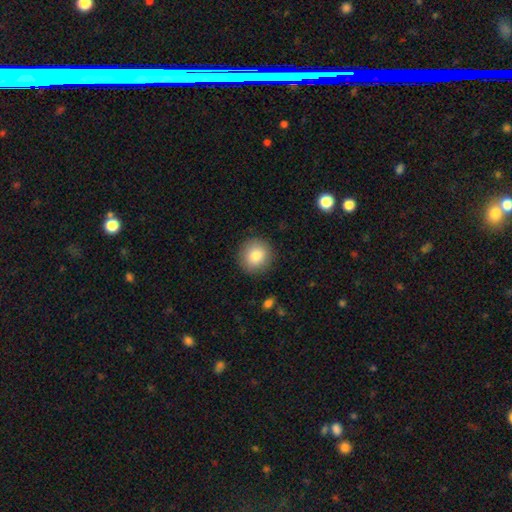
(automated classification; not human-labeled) smooth 82%, featured or disk 9%, star or artifact 9%. Down the decision tree: how rounded — round (90%); merging — none (90%).